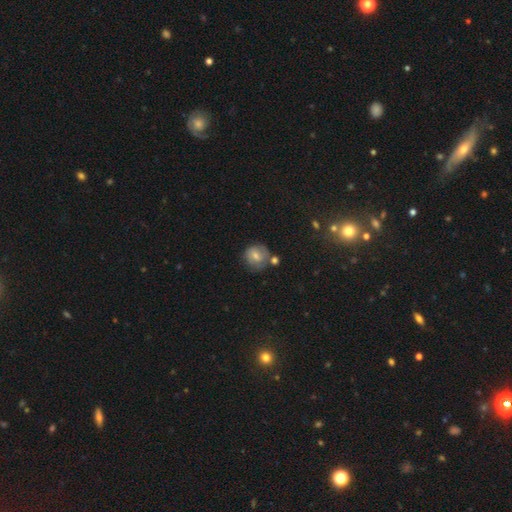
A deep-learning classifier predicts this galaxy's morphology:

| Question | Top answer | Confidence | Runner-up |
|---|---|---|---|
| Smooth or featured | smooth | 66% | featured or disk (24%) |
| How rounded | round | 85% | in between (14%) |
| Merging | none | 64% | minor disturbance (19%) |